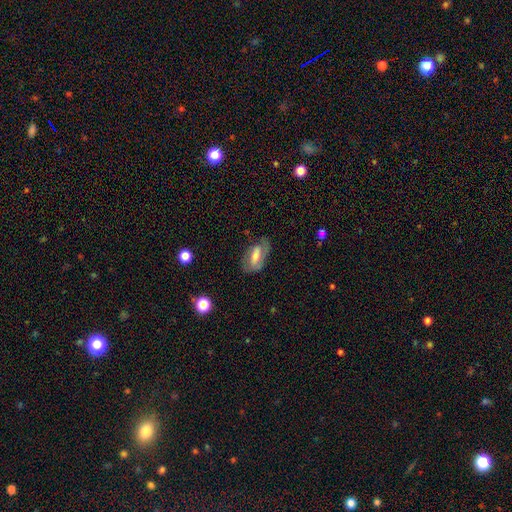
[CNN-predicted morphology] featured or disk 61%, smooth 30%, star or artifact 9%. Down the decision tree: edge-on disk — no (89%); bar — weak (40%); spiral arms — yes (73%); bulge size — moderate (52%); merging — none (69%).